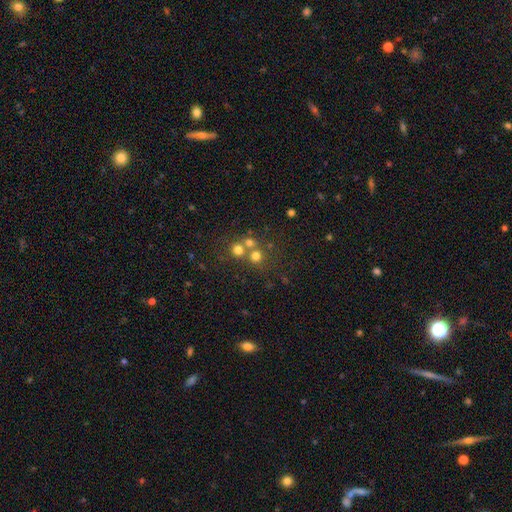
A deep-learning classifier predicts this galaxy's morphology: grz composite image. It shows a smooth galaxy with no disk features (67%) that is round (90%). Merging: none (52%).